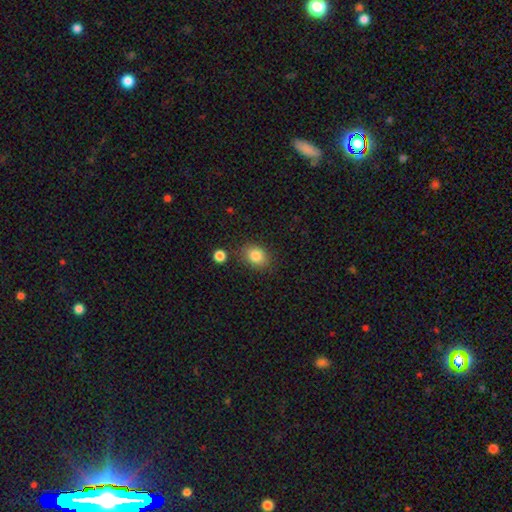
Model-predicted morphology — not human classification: This is clearly a smooth galaxy (85%). How rounded: possibly in between (59%). Merging: clearly none (80%).